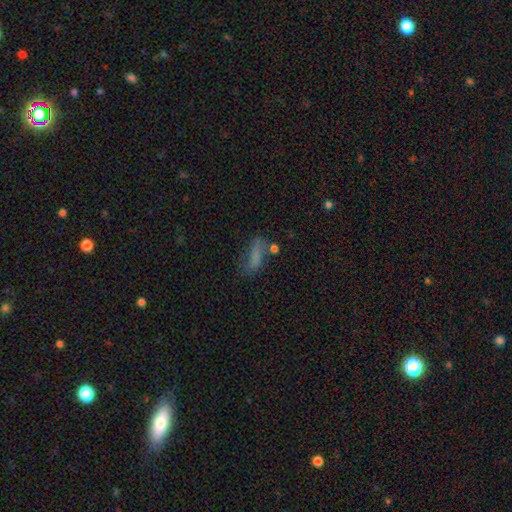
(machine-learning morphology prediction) smooth 65%, featured or disk 20%, star or artifact 15%. Down the decision tree: how rounded — in between (56%); merging — none (41%).